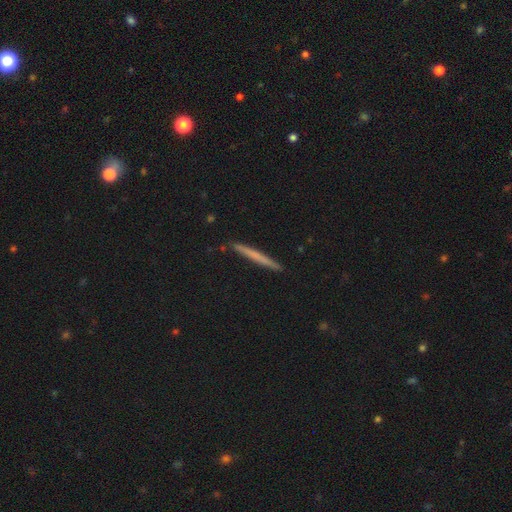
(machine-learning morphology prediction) Smooth or featured?
  - smooth: 57% *
  - featured or disk: 37%
  - star or artifact: 6%
How rounded?
  - cigar-shaped: 97% *
  - in between: 2%
  - round: 1%
Merging?
  - none: 90% *
  - minor disturbance: 7%
  - major disturbance: 1%
  - merger: 1%